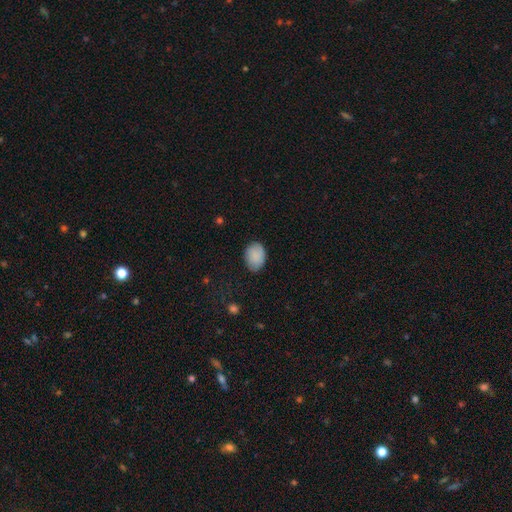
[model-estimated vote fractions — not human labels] Overall: smooth (88%). How rounded: in between (75%). Merging: none (80%).